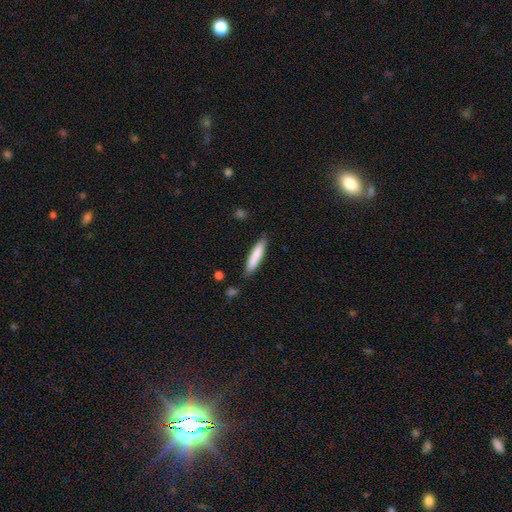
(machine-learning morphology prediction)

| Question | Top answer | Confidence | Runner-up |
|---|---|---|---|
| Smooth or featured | smooth | 79% | featured or disk (15%) |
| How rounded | cigar-shaped | 87% | in between (12%) |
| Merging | none | 84% | minor disturbance (12%) |